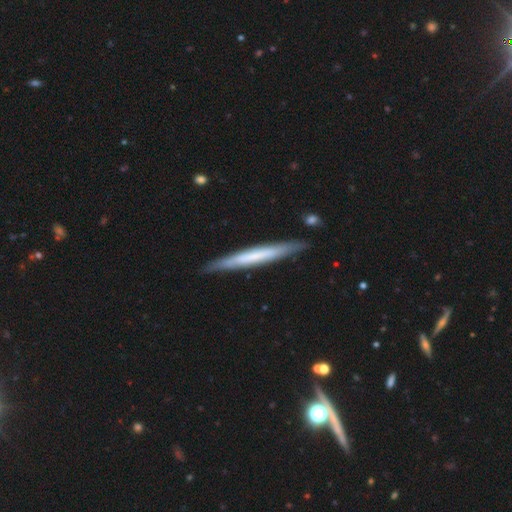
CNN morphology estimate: Smooth or featured: featured or disk — 50% (smooth — 44%)
Merging: none — 88% (minor disturbance — 9%)